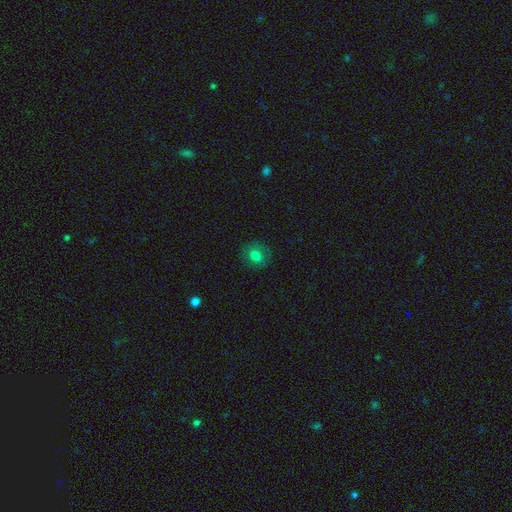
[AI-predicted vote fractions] smooth-or-featured: smooth: 74% | featured or disk: 14% | star or artifact: 13%
  how-rounded: round: 65% | in between: 34% | cigar-shaped: 1%
  merging: none: 81% | minor disturbance: 13% | major disturbance: 5% | merger: 1%